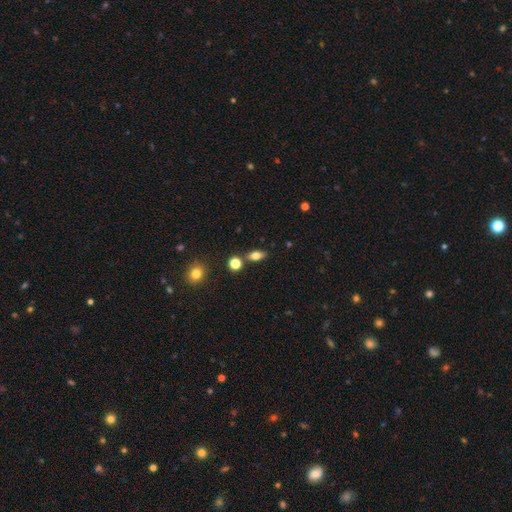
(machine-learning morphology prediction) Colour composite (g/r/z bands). It shows a smooth galaxy with no disk features (76%) that is in between round and cigar-shaped (79%). Merging: none (77%).